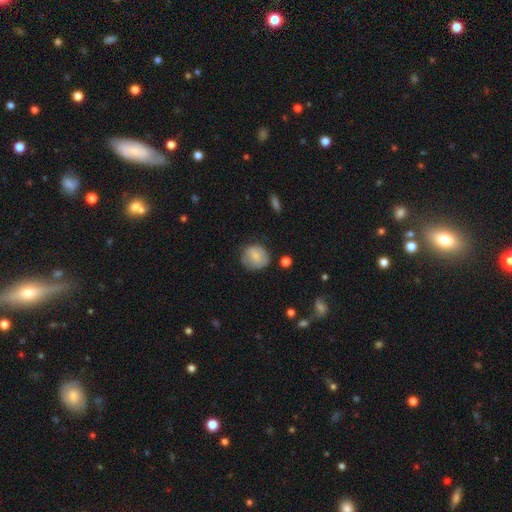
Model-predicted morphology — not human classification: This is likely a smooth galaxy (71%). How rounded: likely round (78%). Merging: likely none (68%).